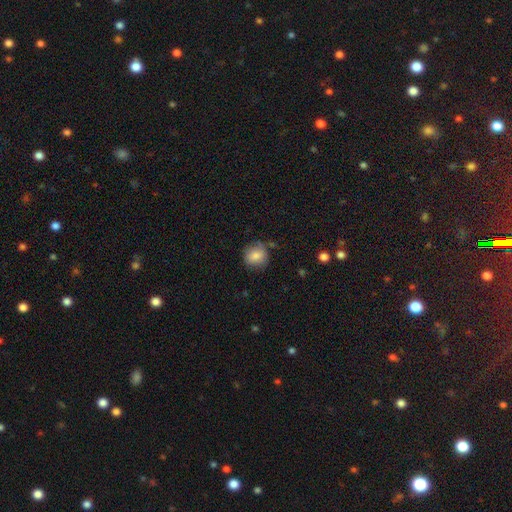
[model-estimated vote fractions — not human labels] This appears to be a smooth galaxy with no disk features (82%) that is round (84%). Merging: none (75%).